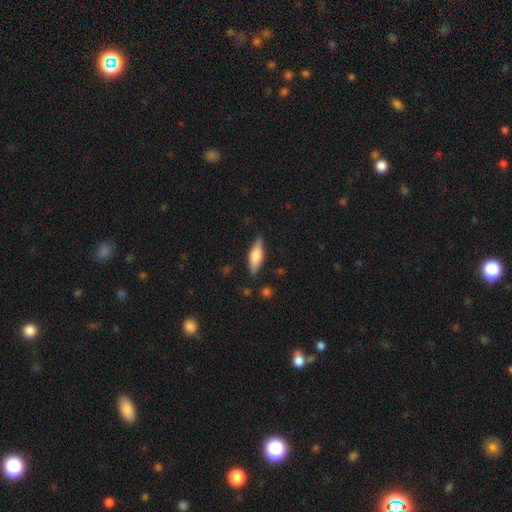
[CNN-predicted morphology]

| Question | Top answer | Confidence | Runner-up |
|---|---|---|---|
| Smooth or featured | smooth | 61% | featured or disk (33%) |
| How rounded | in between | 58% | cigar-shaped (39%) |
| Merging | none | 84% | minor disturbance (12%) |